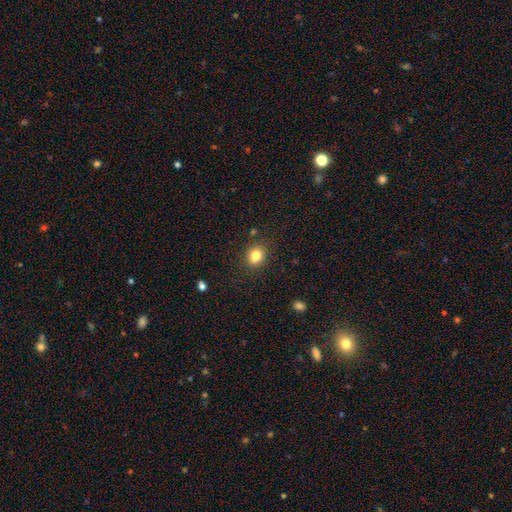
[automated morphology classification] The model was most divided on "how rounded": round: 55%, in between: 44%, cigar-shaped: 1%. More confident: merging — none (82%); smooth or featured — smooth (82%).